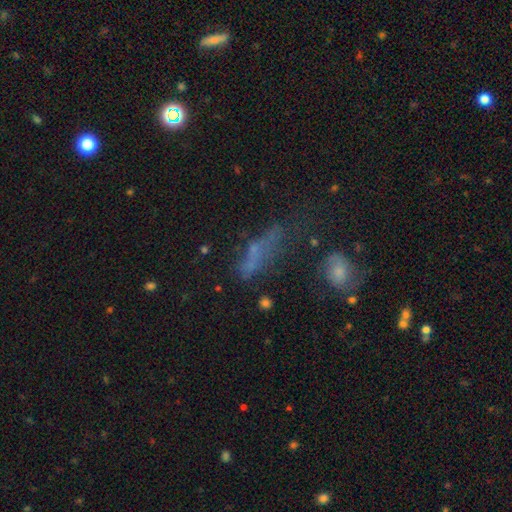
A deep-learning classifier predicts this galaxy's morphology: This is marginally a smooth galaxy (44%). Merging: marginally none (40%).